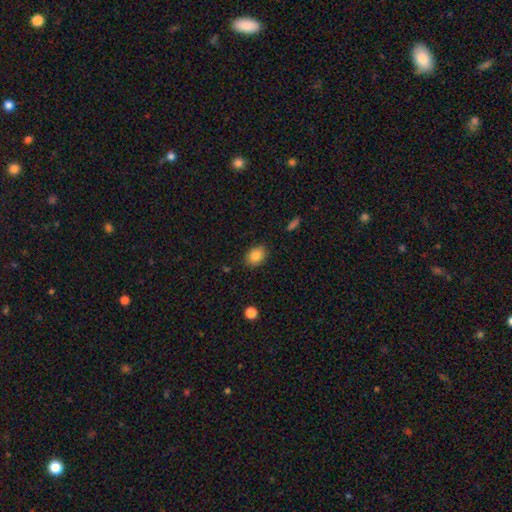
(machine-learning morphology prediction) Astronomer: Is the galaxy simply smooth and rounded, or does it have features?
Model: smooth — 85%.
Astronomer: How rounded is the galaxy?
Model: in between — 77%.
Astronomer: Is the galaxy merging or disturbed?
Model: none — 86%.